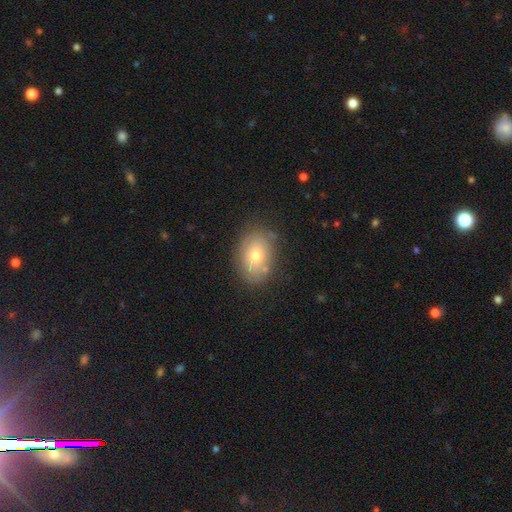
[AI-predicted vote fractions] A smooth galaxy with no disk features (64%) that is in between round and cigar-shaped (80%).

Vote fractions:
- Smooth or featured? smooth: 64% / featured or disk: 26% / star or artifact: 9%
- How rounded? in between: 80% / round: 19% / cigar-shaped: 1%
- Merging? none: 77% / minor disturbance: 16% / major disturbance: 4% / merger: 3%